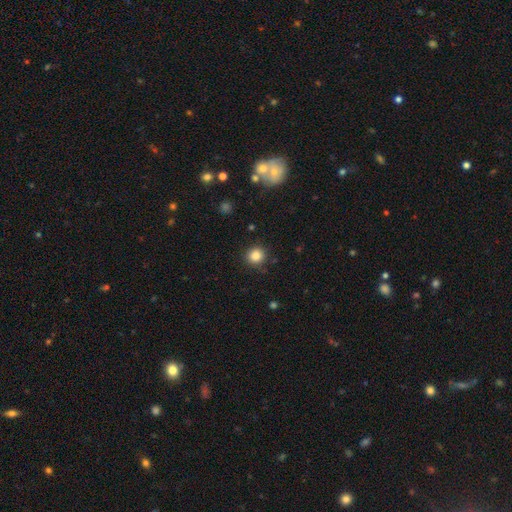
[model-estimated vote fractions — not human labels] Smooth or featured?
  - smooth: 84% *
  - star or artifact: 12%
  - featured or disk: 5%
How rounded?
  - round: 92% *
  - in between: 7%
  - cigar-shaped: 1%
Merging?
  - none: 88% *
  - minor disturbance: 8%
  - major disturbance: 2%
  - merger: 1%